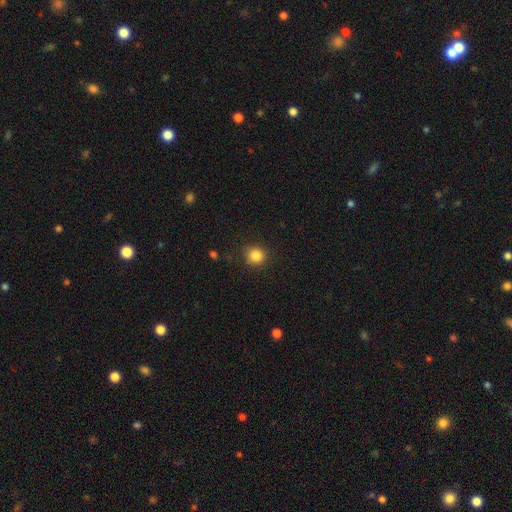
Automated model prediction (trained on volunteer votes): This appears to be a smooth galaxy with no disk features (84%) that is round (88%). Merging: none (86%).